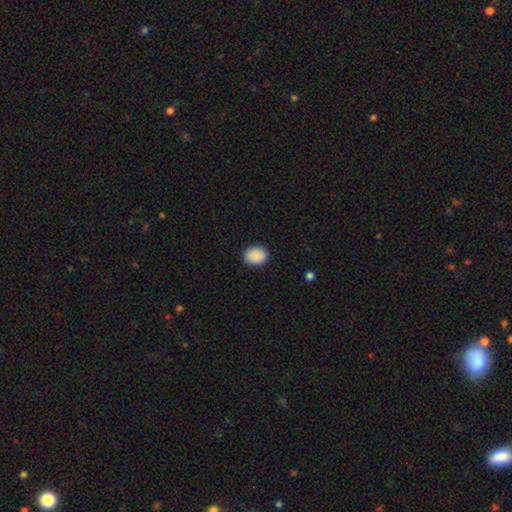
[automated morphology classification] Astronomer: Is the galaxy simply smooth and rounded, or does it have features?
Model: smooth — 90%.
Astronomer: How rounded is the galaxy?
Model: round — 58% (runner-up: in between, 41%).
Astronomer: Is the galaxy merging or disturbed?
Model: none — 91%.